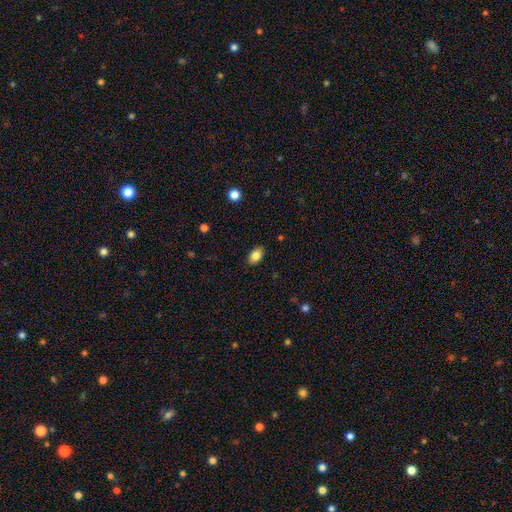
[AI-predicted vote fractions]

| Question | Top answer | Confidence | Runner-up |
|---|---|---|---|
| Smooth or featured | smooth | 85% | star or artifact (9%) |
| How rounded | in between | 85% | round (13%) |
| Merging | none | 87% | minor disturbance (10%) |